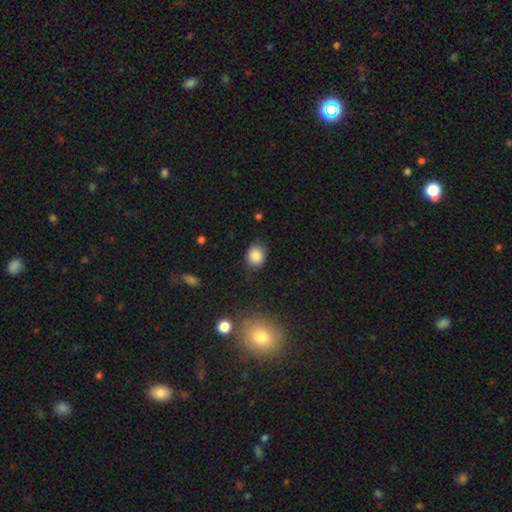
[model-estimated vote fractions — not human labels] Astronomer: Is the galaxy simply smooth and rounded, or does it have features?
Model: smooth — 85%.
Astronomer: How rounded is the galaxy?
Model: round — 65%.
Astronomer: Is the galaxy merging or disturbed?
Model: none — 80%.